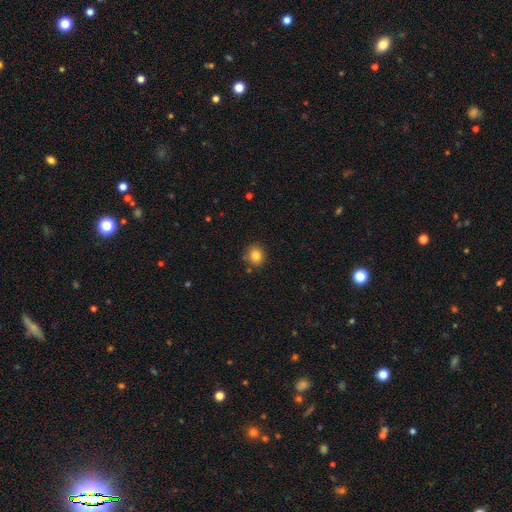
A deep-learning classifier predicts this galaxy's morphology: Smooth or featured? Predicted: smooth (p=0.82). How rounded? Predicted: round (p=0.81). Merging? Predicted: none (p=0.84).